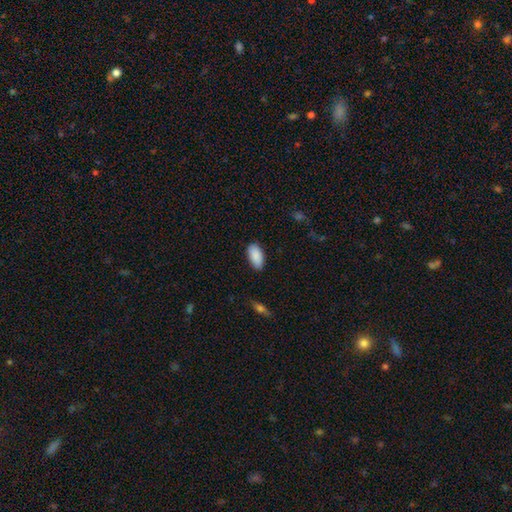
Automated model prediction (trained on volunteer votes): Smooth or featured: smooth — 90% (star or artifact — 6%)
How rounded: in between — 94% (cigar-shaped — 4%)
Merging: none — 85% (minor disturbance — 11%)